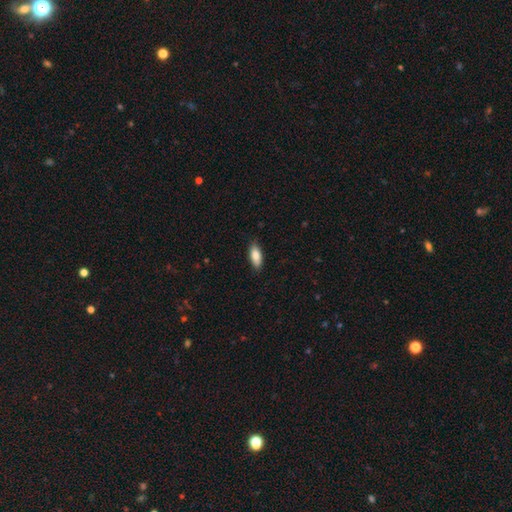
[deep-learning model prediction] Smooth or featured? smooth (83%)
How rounded? in between (81%)
Merging? none (86%)